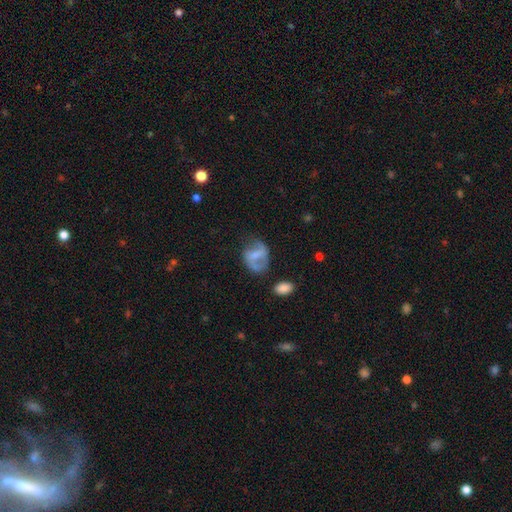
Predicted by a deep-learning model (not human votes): smooth-or-featured: featured or disk: 52% | smooth: 40% | star or artifact: 8%
  disk-edge-on: no: 97% | yes: 3%
    bar: weak: 42% | no: 38% | strong: 20%
    has-spiral-arms: yes: 61% | no: 39%
    bulge-size: small: 37% | moderate: 30% | none: 27% | large: 4% | dominant: 1%
  merging: none: 44% | minor disturbance: 27% | major disturbance: 22% | merger: 7%